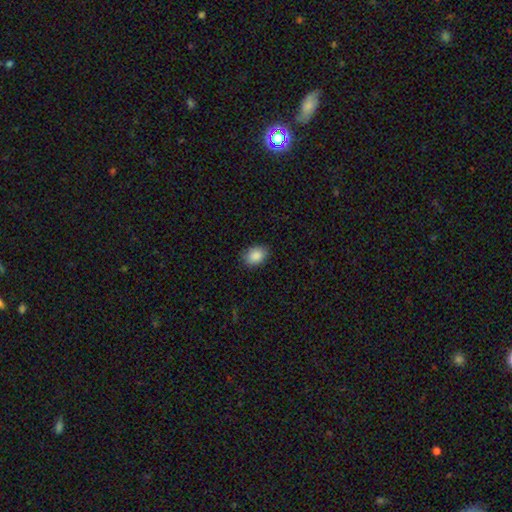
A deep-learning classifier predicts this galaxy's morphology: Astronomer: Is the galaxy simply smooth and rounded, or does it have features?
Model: smooth — 88%.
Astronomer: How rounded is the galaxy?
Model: in between — 74%.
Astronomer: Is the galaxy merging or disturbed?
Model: none — 85%.